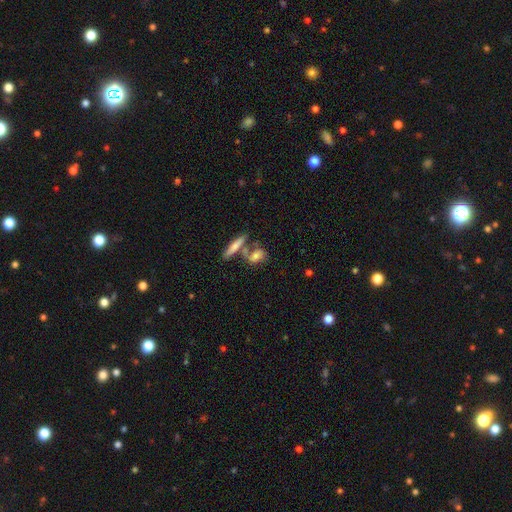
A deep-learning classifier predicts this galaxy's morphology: A smooth galaxy with no disk features (53%) that is in between round and cigar-shaped (52%). Merging: none (42%).